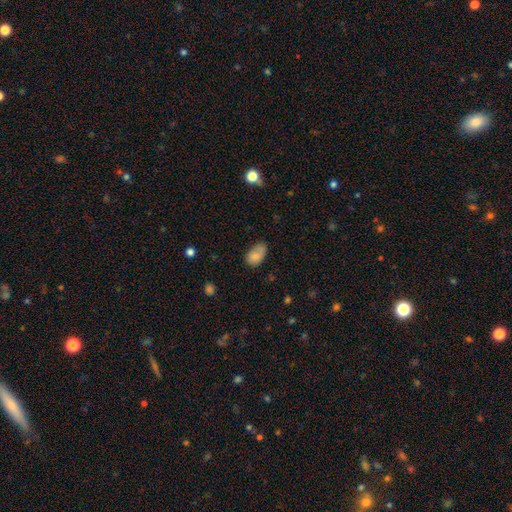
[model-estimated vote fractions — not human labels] smooth-or-featured: smooth: 80% | featured or disk: 11% | star or artifact: 9%
  how-rounded: in between: 90% | round: 8% | cigar-shaped: 2%
  merging: none: 47% | minor disturbance: 37% | major disturbance: 12% | merger: 5%